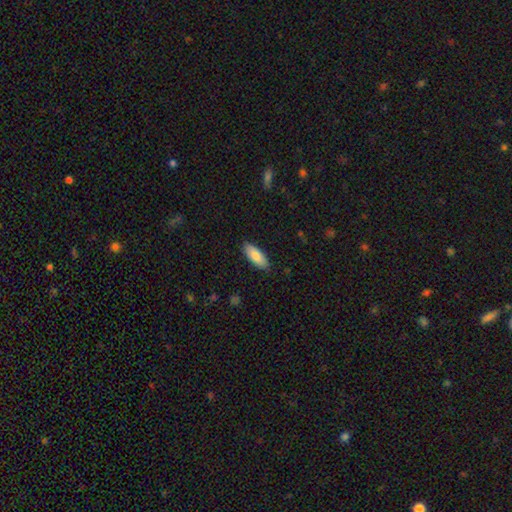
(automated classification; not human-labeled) smooth-or-featured: smooth: 86% | featured or disk: 9% | star or artifact: 6%
  how-rounded: in between: 77% | cigar-shaped: 21% | round: 2%
  merging: none: 88% | minor disturbance: 9% | major disturbance: 2% | merger: 1%